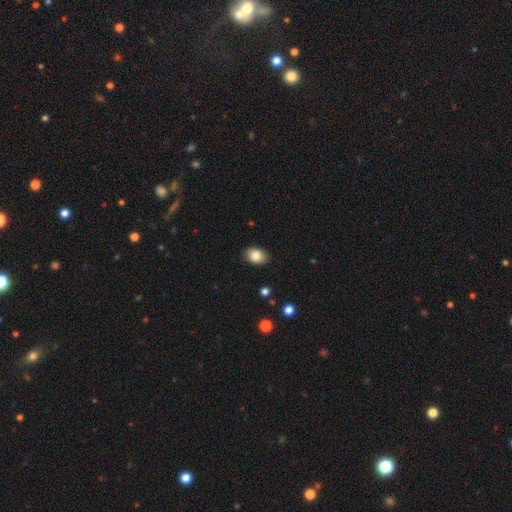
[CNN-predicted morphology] Overall: smooth (84%). How rounded: in between (76%). Merging: none (87%).